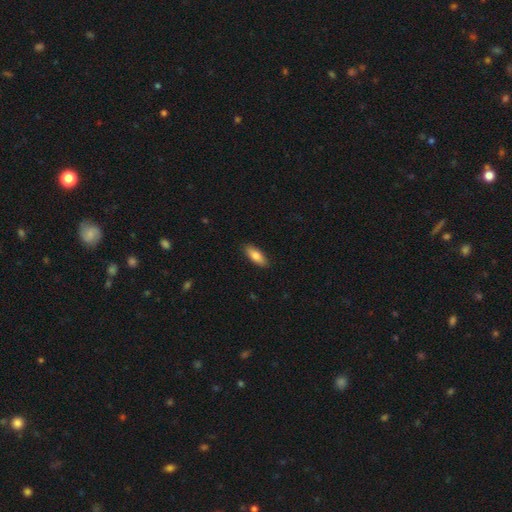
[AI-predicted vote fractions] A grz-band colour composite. It shows a smooth galaxy with no disk features (80%) that is in between round and cigar-shaped (70%). Merging: none (88%).